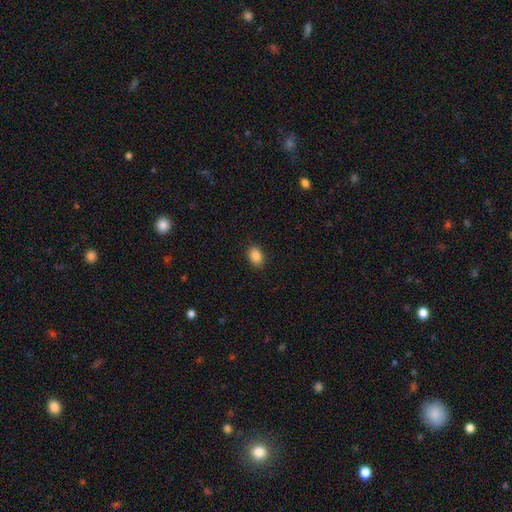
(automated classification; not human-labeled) Overall: smooth (88%). How rounded: in between (80%). Merging: none (89%).